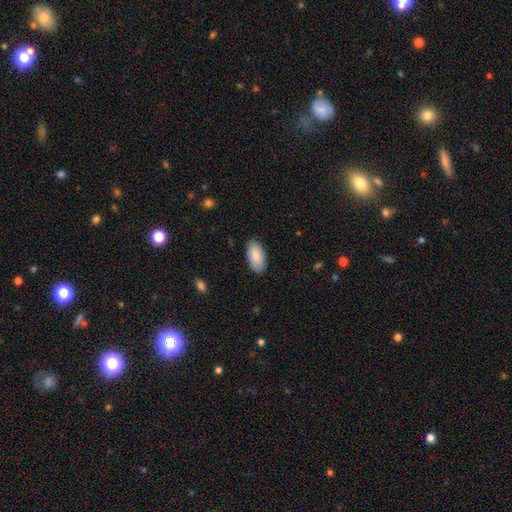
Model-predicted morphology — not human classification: smooth_or_featured: smooth (p=0.87) [alt: featured or disk p=0.07]
how_rounded: in between (p=0.95) [alt: cigar-shaped p=0.03]
merging: none (p=0.87) [alt: minor disturbance p=0.10]